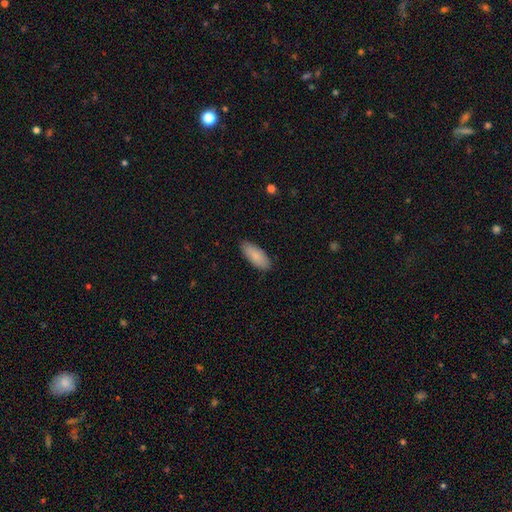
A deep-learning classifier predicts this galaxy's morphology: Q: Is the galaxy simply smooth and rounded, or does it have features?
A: smooth — 87%.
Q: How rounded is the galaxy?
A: in between — 80%.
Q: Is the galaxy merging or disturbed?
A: none — 87%.